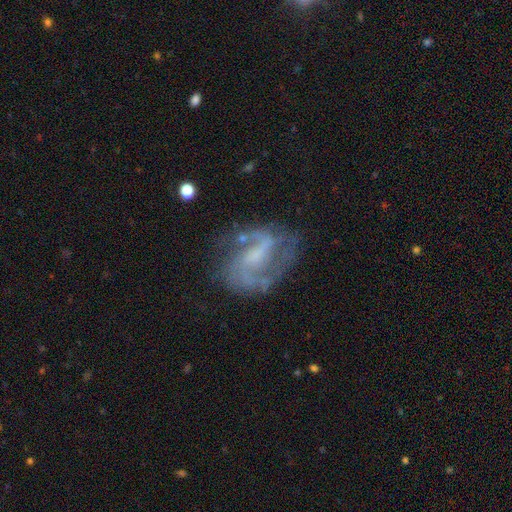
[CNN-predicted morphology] smooth-or-featured: featured or disk: 83% | smooth: 10% | star or artifact: 8%
  disk-edge-on: no: 97% | yes: 3%
    bar: weak: 50% | no: 27% | strong: 23%
    has-spiral-arms: yes: 91% | no: 9%
      spiral-winding: medium: 49% | loose: 30% | tight: 20%
      spiral-arm-count: 2: 79% | can't tell: 10% | 3: 4% | 1: 4% | 4: 2% | more than 4: 2%
    bulge-size: none: 34% (tied) | small: 34% (tied) | moderate: 26% | large: 5% | dominant: 1%
  merging: none: 64% | minor disturbance: 19% | major disturbance: 14% | merger: 3%